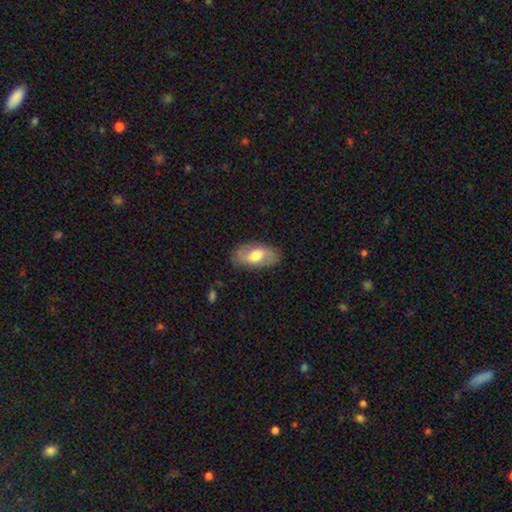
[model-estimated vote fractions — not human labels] Smooth or featured: smooth — 51% (featured or disk — 42%)
How rounded: in between — 91% (round — 4%)
Merging: none — 81% (minor disturbance — 14%)